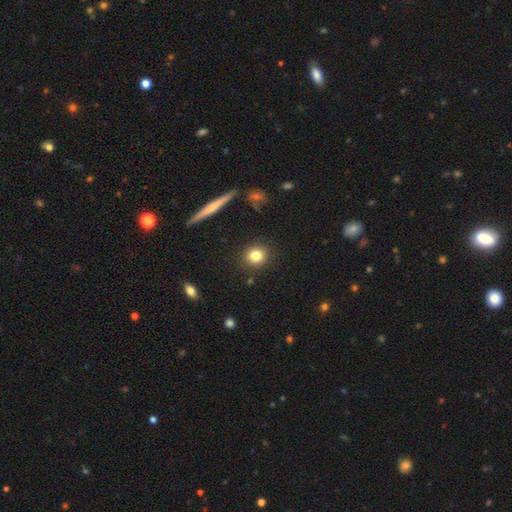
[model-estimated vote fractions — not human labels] smooth 81%, star or artifact 11%, featured or disk 8%. Down the decision tree: how rounded — round (83%); merging — none (89%).